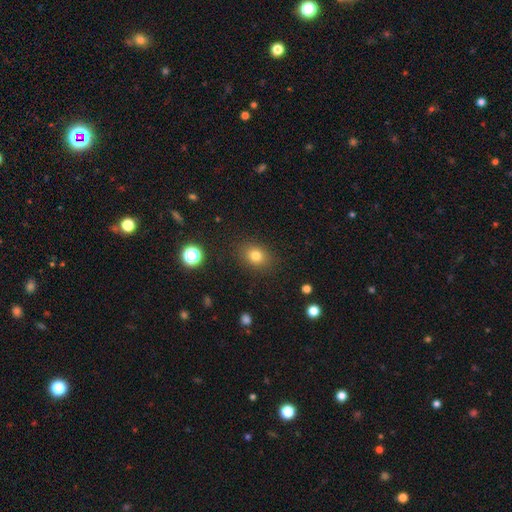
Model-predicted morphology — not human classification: Smooth or featured? smooth (79%)
How rounded? round (50%)
Merging? none (86%)